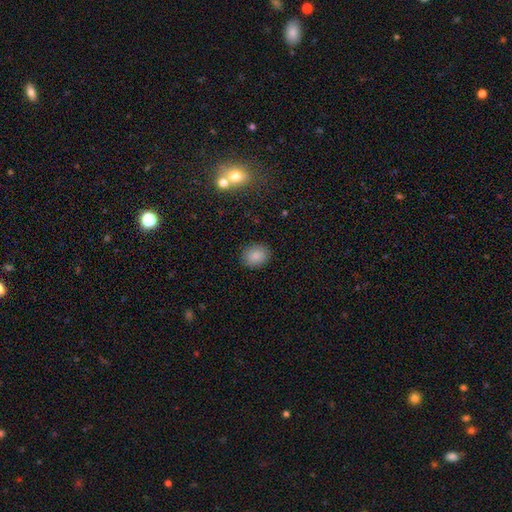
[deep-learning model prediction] A smooth galaxy with no disk features (85%) that is round (58%). Merging: none (88%).